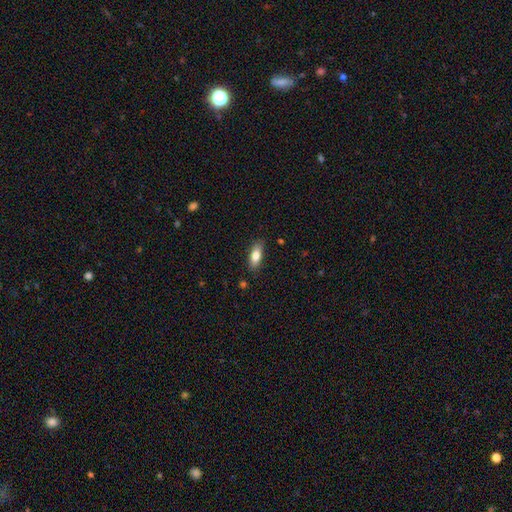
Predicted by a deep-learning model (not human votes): smooth_or_featured: smooth (p=0.81) [alt: featured or disk p=0.12]
how_rounded: in between (p=0.77) [alt: cigar-shaped p=0.21]
merging: none (p=0.83) [alt: minor disturbance p=0.13]